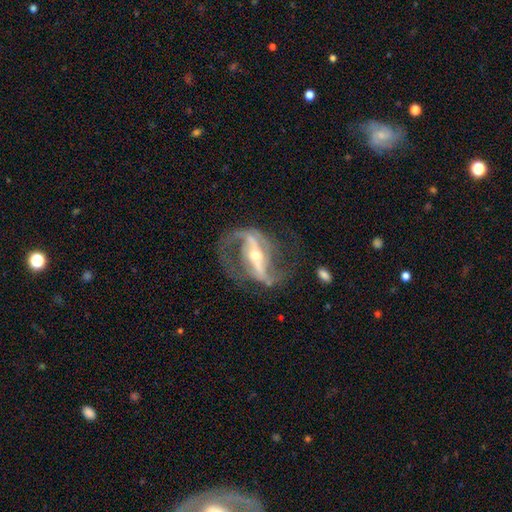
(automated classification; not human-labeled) Smooth or featured? featured or disk (90%)
Edge-on disk? no (92%)
Bar? strong (70%)
Spiral arms? yes (93%)
Spiral winding? medium (45%)
Spiral arm count? 2 (86%)
Bulge size? moderate (50%)
Merging? none (61%)